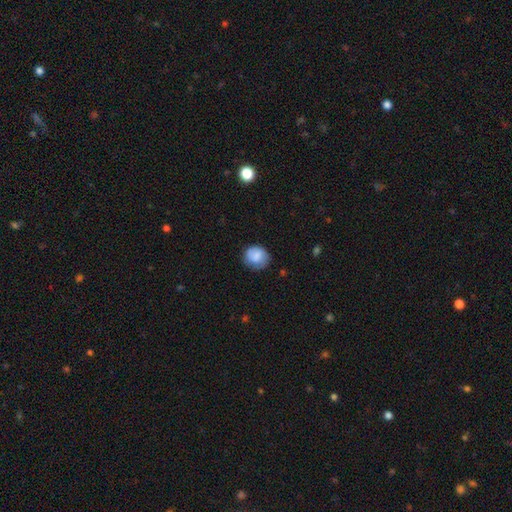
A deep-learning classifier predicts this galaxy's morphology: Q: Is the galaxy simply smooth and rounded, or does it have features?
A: smooth — 78%.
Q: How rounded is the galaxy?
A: round — 75%.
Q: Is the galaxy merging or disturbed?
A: none — 70%.